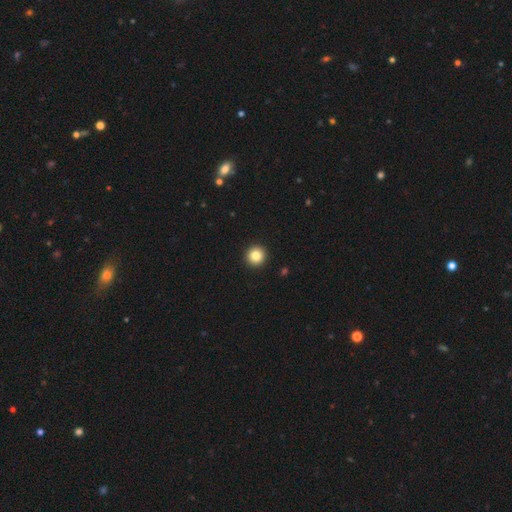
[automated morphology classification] Smooth or featured? smooth (84%)
How rounded? round (95%)
Merging? none (94%)